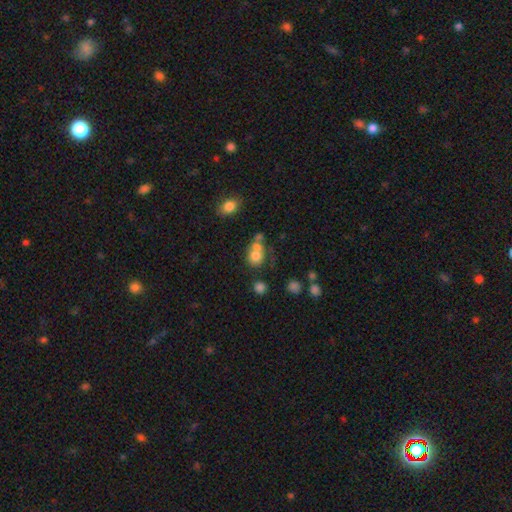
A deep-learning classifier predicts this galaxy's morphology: A smooth galaxy with no disk features (72%) that is round (64%). Merging: merger (47%).